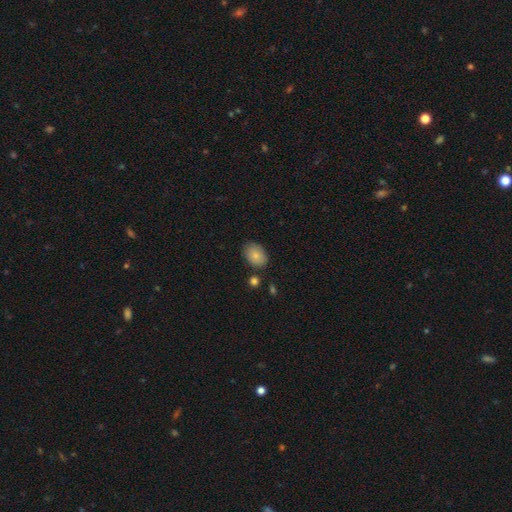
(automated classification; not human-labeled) A smooth galaxy with no disk features (84%) that is in between round and cigar-shaped (79%).

Vote fractions:
- Smooth or featured? smooth: 84% / featured or disk: 8% / star or artifact: 8%
- How rounded? in between: 79% / round: 20% / cigar-shaped: 1%
- Merging? none: 78% / minor disturbance: 15% / merger: 3% / major disturbance: 3%